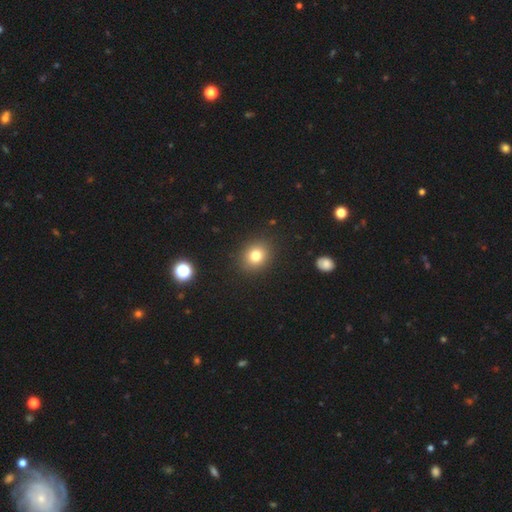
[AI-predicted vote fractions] Smooth or featured? Predicted: smooth (p=0.79). How rounded? Predicted: round (p=0.69). Merging? Predicted: none (p=0.89).